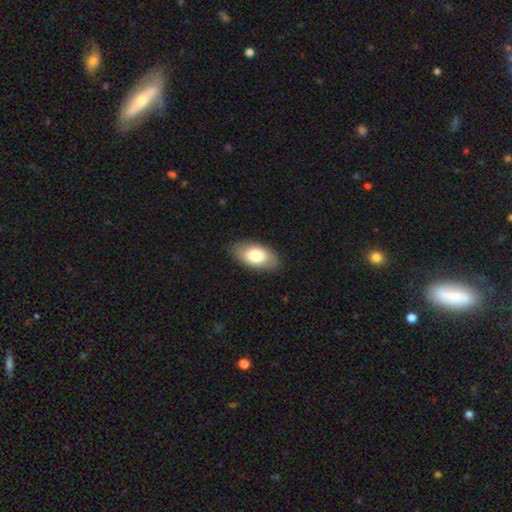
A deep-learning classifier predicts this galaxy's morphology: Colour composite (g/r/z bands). It shows a smooth galaxy with no disk features (79%) that is in between round and cigar-shaped (94%). Merging: none (86%).